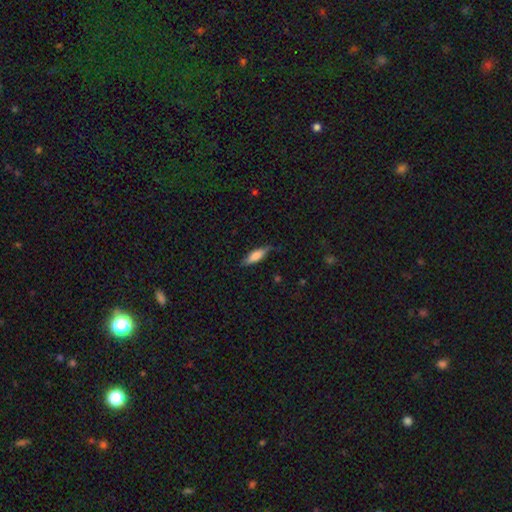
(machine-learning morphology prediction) type=smooth (65%); roundness=cigar-shaped (56%); merging=none (75%).